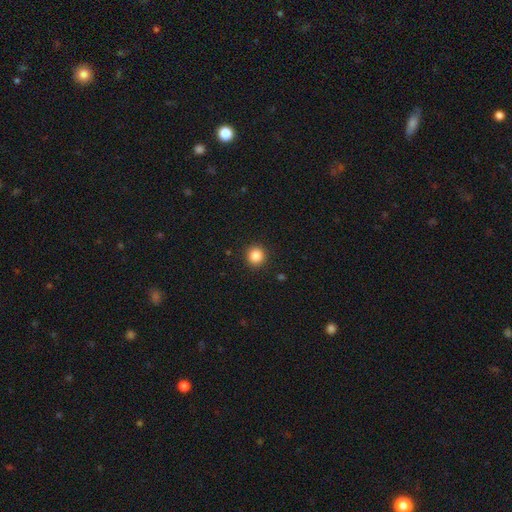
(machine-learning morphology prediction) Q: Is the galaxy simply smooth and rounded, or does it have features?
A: smooth — 86%.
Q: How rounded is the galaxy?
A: round — 93%.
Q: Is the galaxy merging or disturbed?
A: none — 92%.